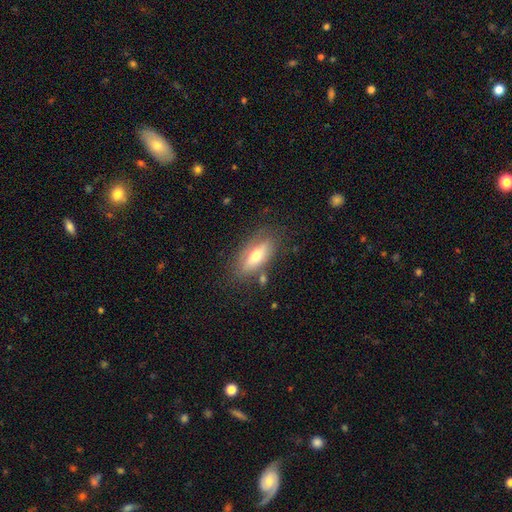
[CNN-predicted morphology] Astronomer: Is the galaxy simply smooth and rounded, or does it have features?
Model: smooth — 58% (runner-up: featured or disk, 34%).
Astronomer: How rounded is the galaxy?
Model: in between — 75%.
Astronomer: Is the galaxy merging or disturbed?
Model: none — 73%.